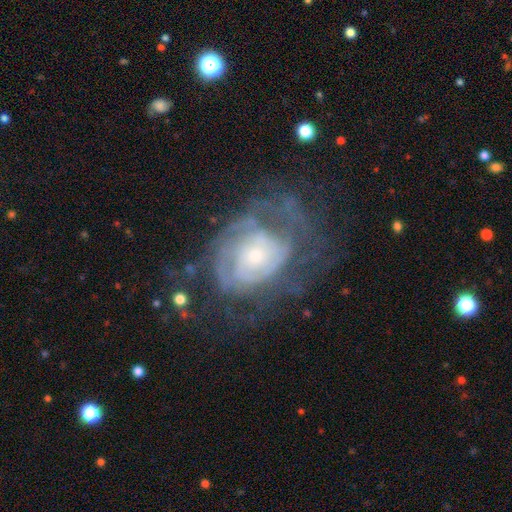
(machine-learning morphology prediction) type=featured or disk (79%); edge-on=no (97%); bar=no (76%); spiral arms=yes (82%); winding=tight (63%); arm count=can't tell (54%); bulge=small (60%); merging=none (48%).